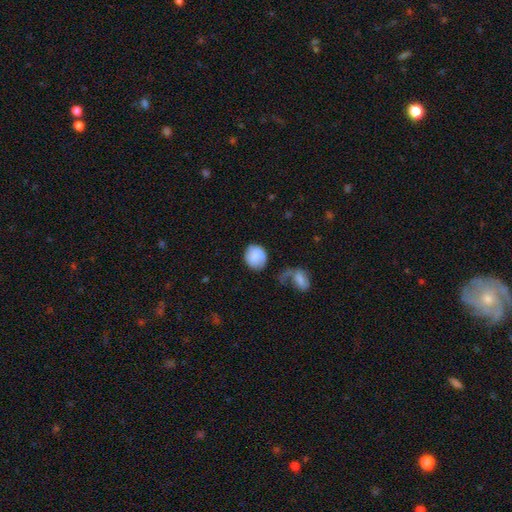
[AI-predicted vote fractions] smooth-or-featured: smooth: 77% | featured or disk: 15% | star or artifact: 8%
  how-rounded: round: 69% | in between: 30% | cigar-shaped: 1%
  merging: none: 52% | minor disturbance: 25% | major disturbance: 14% | merger: 9%